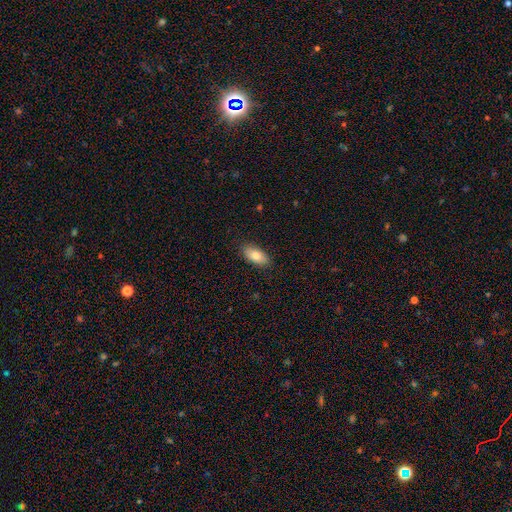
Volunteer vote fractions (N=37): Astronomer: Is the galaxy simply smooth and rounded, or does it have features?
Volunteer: smooth — 86%.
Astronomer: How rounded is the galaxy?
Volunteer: in between — 97%.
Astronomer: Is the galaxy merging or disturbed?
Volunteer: none — 94%.